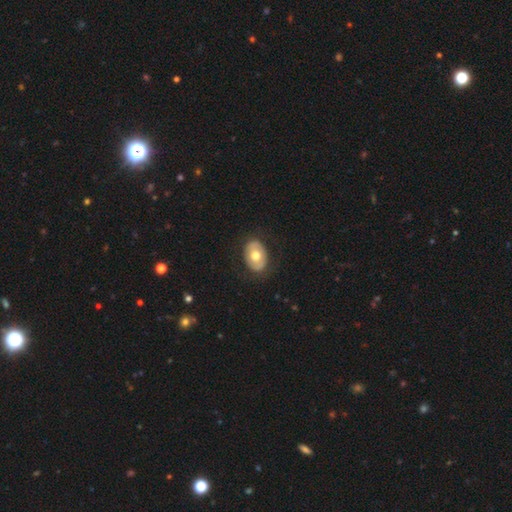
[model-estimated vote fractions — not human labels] A smooth galaxy with no disk features (61%) that is in between round and cigar-shaped (76%).

Vote fractions:
- Smooth or featured? smooth: 61% / featured or disk: 33% / star or artifact: 6%
- How rounded? in between: 76% / round: 23% / cigar-shaped: 1%
- Merging? none: 83% / minor disturbance: 12% / major disturbance: 4% / merger: 1%